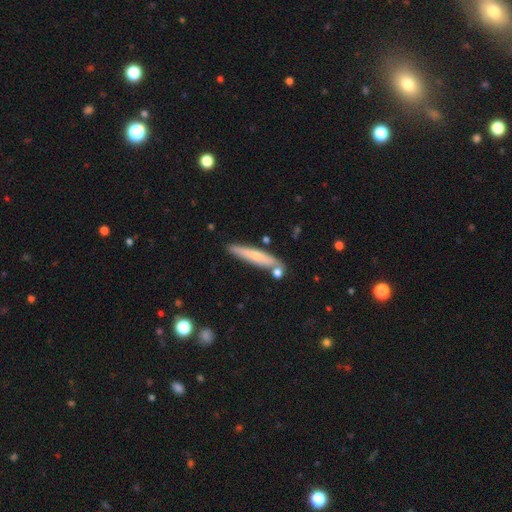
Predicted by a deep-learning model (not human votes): Q: Smooth or featured?
A: smooth (57%); runner-up: featured or disk (37%)
Q: How rounded?
A: cigar-shaped (92%); runner-up: in between (6%)
Q: Merging?
A: none (78%); runner-up: minor disturbance (12%)